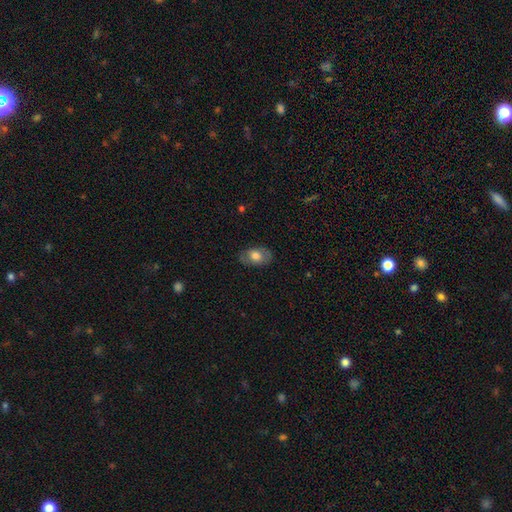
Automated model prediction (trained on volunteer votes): The model was most divided on "smooth or featured": smooth: 70%, featured or disk: 24%, star or artifact: 7%. More confident: how rounded — in between (87%); merging — none (81%).